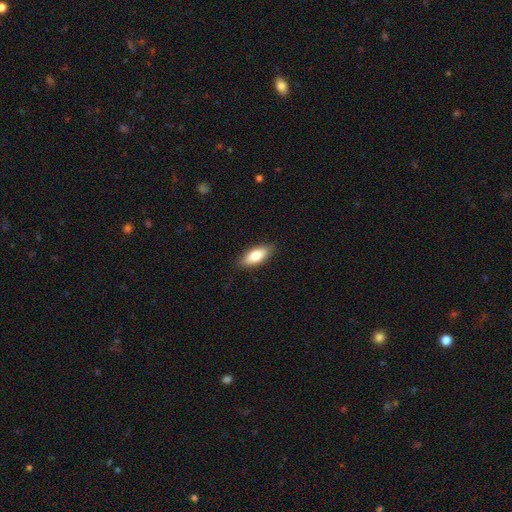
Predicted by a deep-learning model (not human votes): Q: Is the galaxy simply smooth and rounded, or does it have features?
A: smooth — 77%.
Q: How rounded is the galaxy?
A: in between — 80%.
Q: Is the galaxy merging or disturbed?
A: none — 86%.